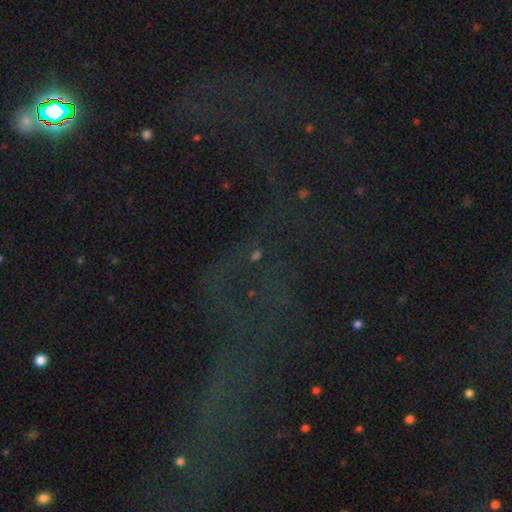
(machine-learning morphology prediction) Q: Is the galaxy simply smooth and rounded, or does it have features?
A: star or artifact — 71%.